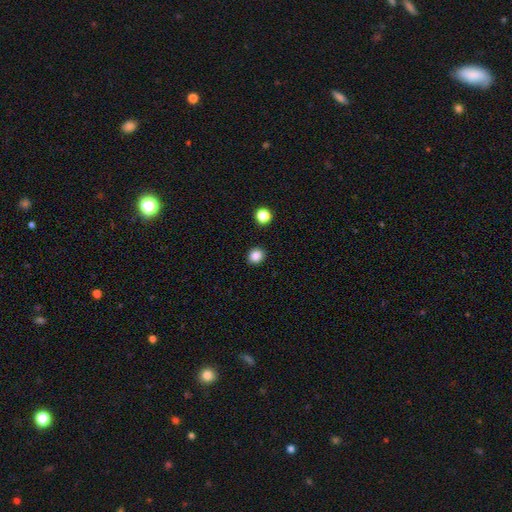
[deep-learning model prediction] A smooth galaxy with no disk features (86%) that is round (80%).

Vote fractions:
- Smooth or featured? smooth: 86% / star or artifact: 11% / featured or disk: 3%
- How rounded? round: 80% / in between: 19% / cigar-shaped: 1%
- Merging? none: 90% / minor disturbance: 6% / major disturbance: 2% / merger: 2%